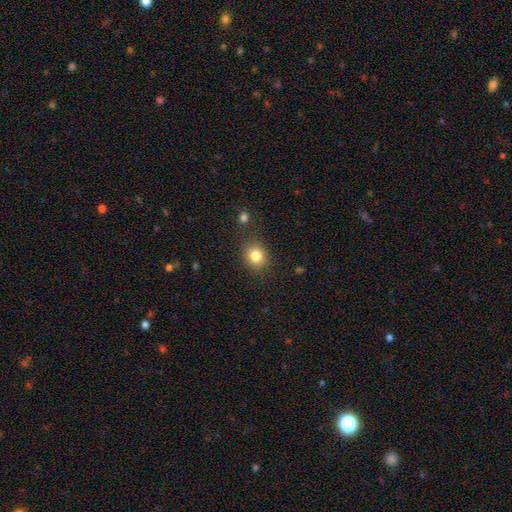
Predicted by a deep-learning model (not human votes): This is clearly a smooth galaxy (82%). How rounded: likely round (74%). Merging: clearly none (84%).